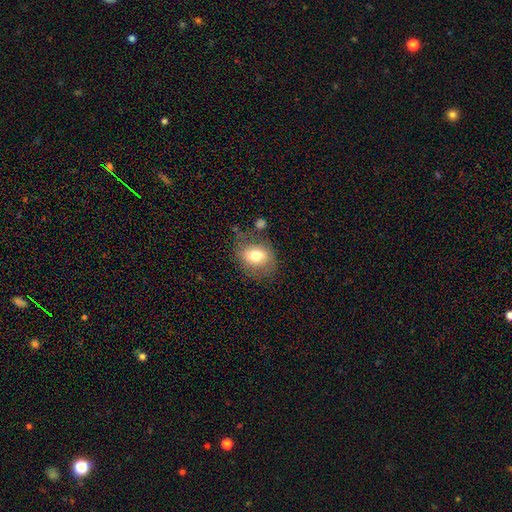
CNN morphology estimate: This appears to be a smooth galaxy with no disk features (71%) that is in between round and cigar-shaped (54%). Merging: none (64%).